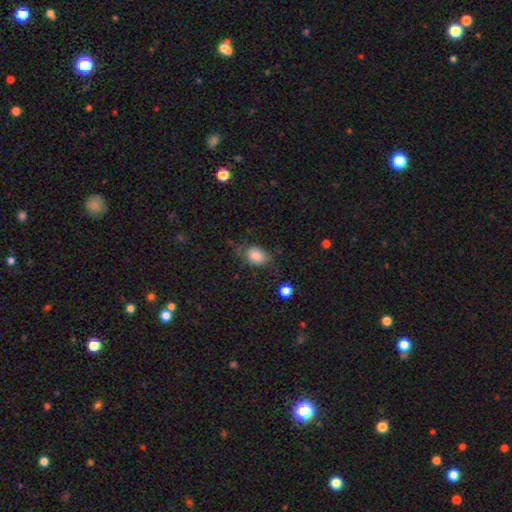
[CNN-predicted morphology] This appears to be a smooth galaxy with no disk features (81%) that is in between round and cigar-shaped (72%). Merging: none (57%).